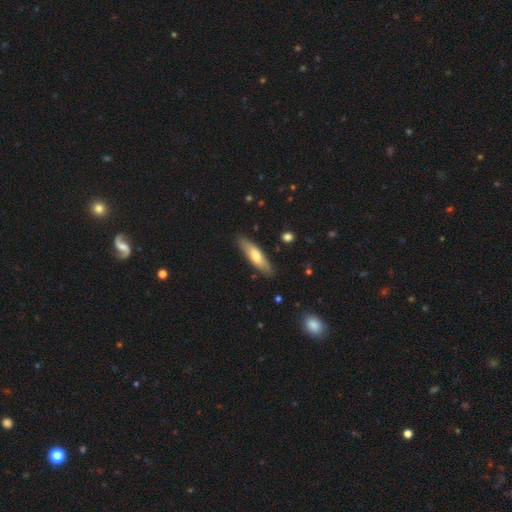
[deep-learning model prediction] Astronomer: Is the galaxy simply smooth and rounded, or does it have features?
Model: smooth — 65%.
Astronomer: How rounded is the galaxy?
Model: cigar-shaped — 67%.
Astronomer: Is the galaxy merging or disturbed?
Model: none — 86%.